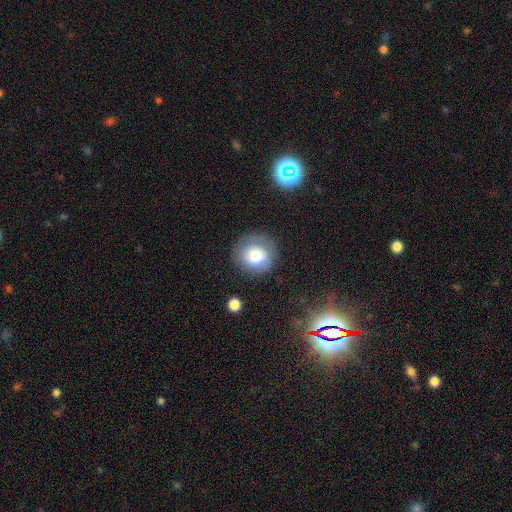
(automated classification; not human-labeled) This appears to be a smooth galaxy with no disk features (78%) that is round (92%). Merging: none (82%).